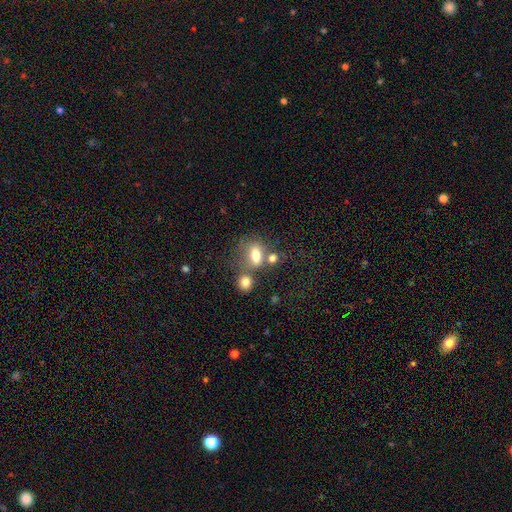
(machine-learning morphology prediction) Overall: smooth (73%). How rounded: in between (69%). Merging: none (44%; merger 33%).